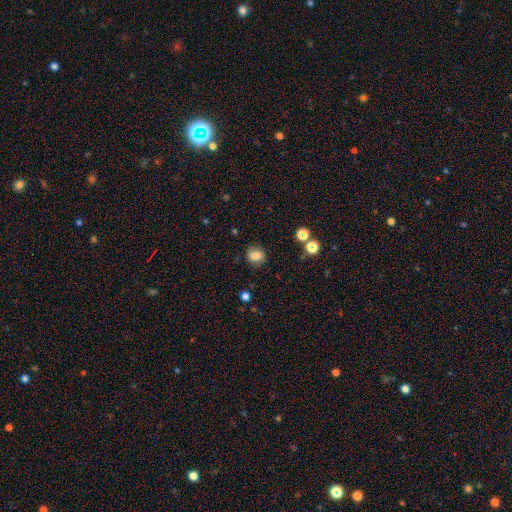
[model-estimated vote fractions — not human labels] Smooth or featured? Predicted: smooth (p=0.80). How rounded? Predicted: round (p=0.73). Merging? Predicted: none (p=0.86).